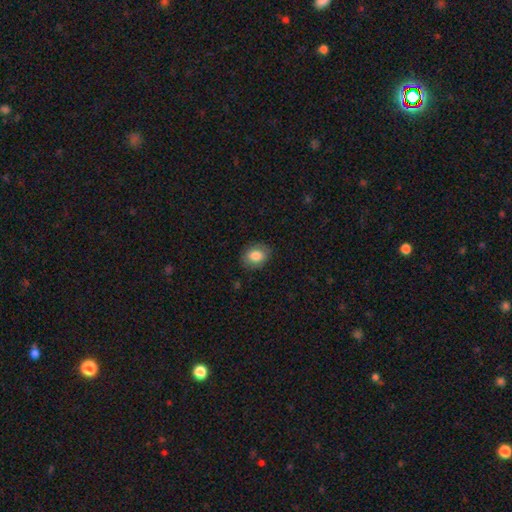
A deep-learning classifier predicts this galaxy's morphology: type=smooth (82%); roundness=in between (54%); merging=none (83%).